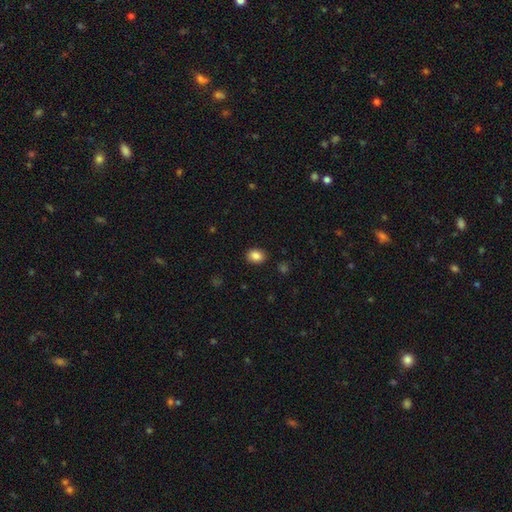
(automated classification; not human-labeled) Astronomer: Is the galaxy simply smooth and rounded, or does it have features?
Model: smooth — 86%.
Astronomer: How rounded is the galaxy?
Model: in between — 63%.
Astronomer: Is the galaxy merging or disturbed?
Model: none — 88%.